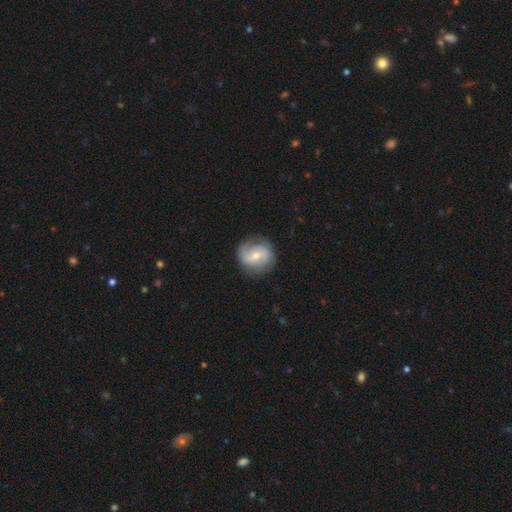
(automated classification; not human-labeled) smooth_or_featured: featured or disk (p=0.61) [alt: smooth p=0.32]
disk_edge_on: no (p=0.97) [alt: yes p=0.03]
bar: no (p=0.45) [alt: weak p=0.42]
has_spiral_arms: yes (p=0.85) [alt: no p=0.15]
spiral_winding: medium (p=0.42) [alt: tight p=0.30]
spiral_arm_count: 2 (p=0.70) [alt: can't tell p=0.15]
bulge_size: small (p=0.48) [tied with: moderate p=0.48]
merging: none (p=0.79) [alt: minor disturbance p=0.15]